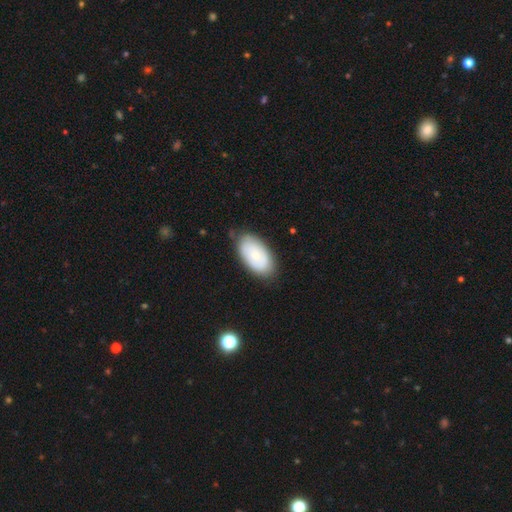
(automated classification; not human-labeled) Smooth or featured? smooth (68%)
How rounded? in between (95%)
Merging? none (78%)